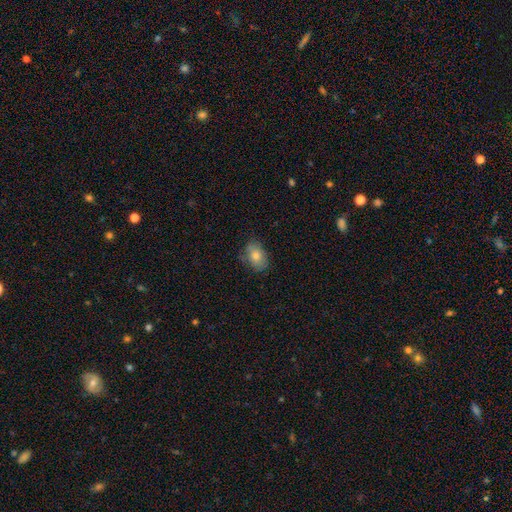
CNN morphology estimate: Smooth or featured? Predicted: smooth (p=0.73). How rounded? Predicted: in between (p=0.79). Merging? Predicted: none (p=0.74).